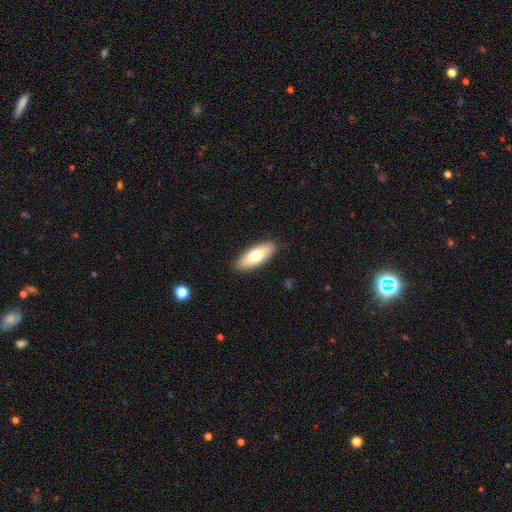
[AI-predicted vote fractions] Overall: smooth (70%). How rounded: in between (73%). Merging: none (90%).